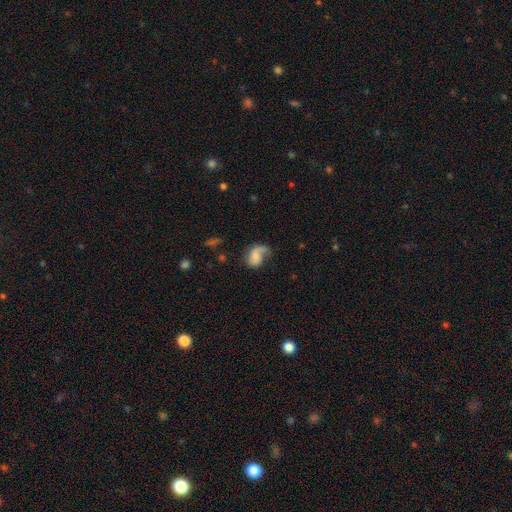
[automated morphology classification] A featured or disk galaxy (53%) with no bar (64%), spiral arms (86%) and no central bulge (35%). Merging: none (38%).